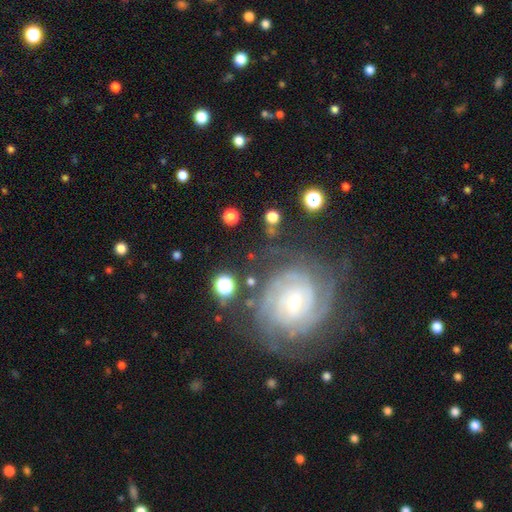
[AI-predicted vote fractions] Smooth or featured? Predicted: featured or disk (p=0.74). Edge-on disk? Predicted: no (p=0.97). Bar? Predicted: no (p=0.60). Spiral arms? Predicted: yes (p=0.95). Spiral winding? Predicted: tight (p=0.79). Spiral arm count? Predicted: can't tell (p=0.34). Bulge size? Predicted: small (p=0.58). Merging? Predicted: none (p=0.79).